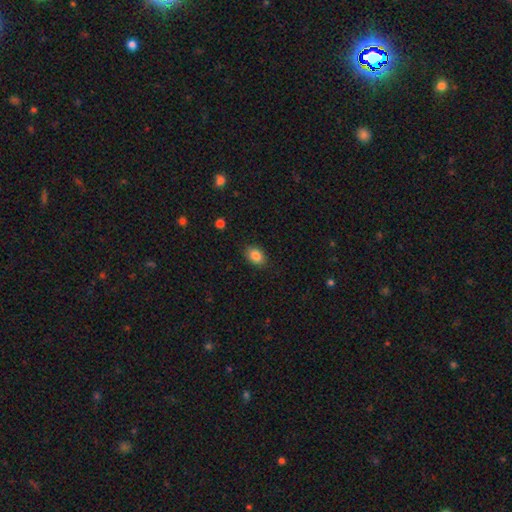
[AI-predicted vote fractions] Morphology: type=smooth (85%); roundness=in between (74%); merging=none (86%).